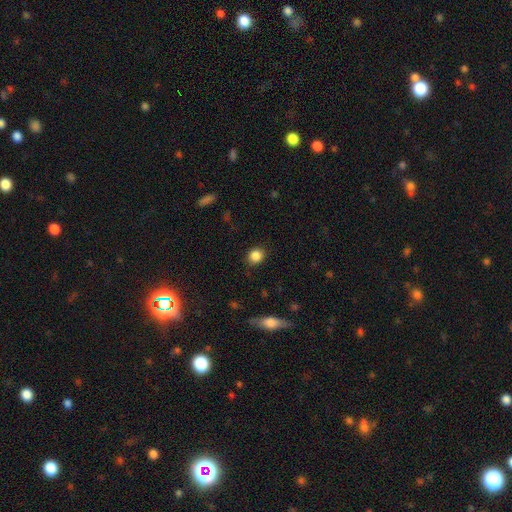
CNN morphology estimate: A smooth galaxy with no disk features (86%) that is round (79%). Merging: none (89%).